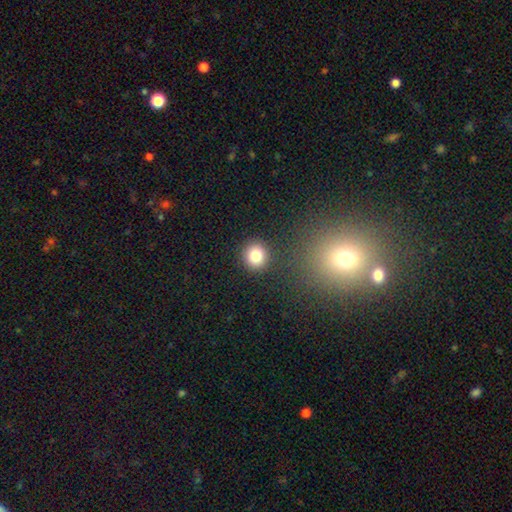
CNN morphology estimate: Q: Smooth or featured?
A: smooth (82%); runner-up: star or artifact (12%)
Q: How rounded?
A: round (88%); runner-up: in between (11%)
Q: Merging?
A: none (90%); runner-up: minor disturbance (6%)